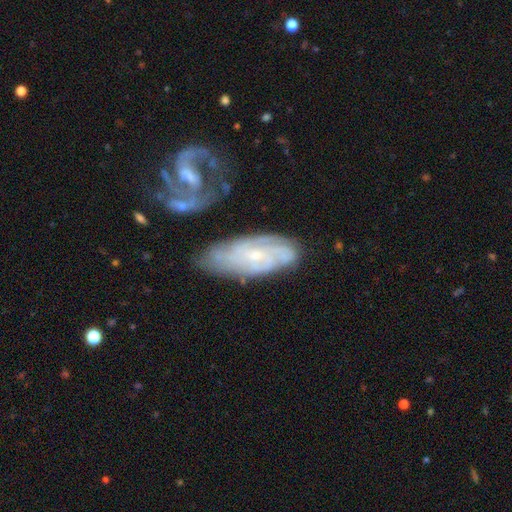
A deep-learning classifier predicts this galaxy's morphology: featured or disk 79%, smooth 14%, star or artifact 7%. Down the decision tree: edge-on disk — no (92%); bar — no (67%); spiral arms — yes (93%); spiral arm count — can't tell (36%); spiral winding — tight (64%); bulge size — small (75%); merging — none (64%).